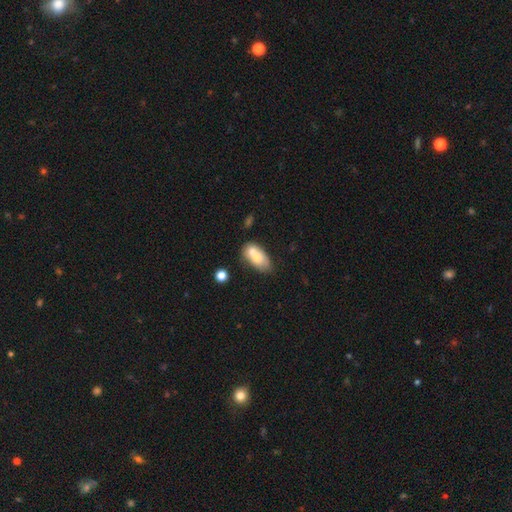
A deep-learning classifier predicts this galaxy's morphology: Overall: smooth (67%). How rounded: in between (86%). Merging: merger (56%; none 27%).